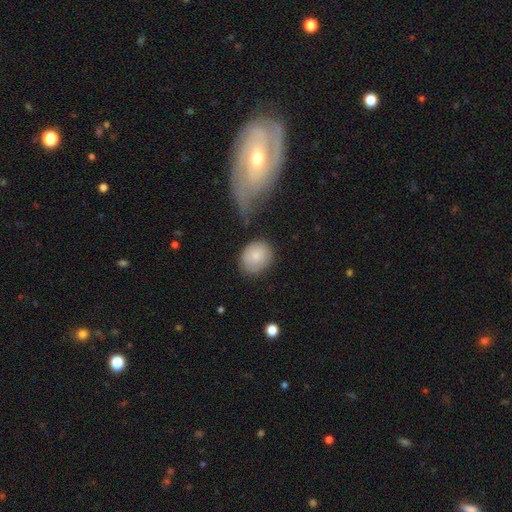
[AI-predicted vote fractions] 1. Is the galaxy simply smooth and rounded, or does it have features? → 82% smooth, 11% featured or disk, 7% star or artifact.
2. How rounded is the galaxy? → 54% round, 45% in between, 1% cigar-shaped.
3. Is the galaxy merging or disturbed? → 74% none, 16% minor disturbance, 5% merger, 5% major disturbance.